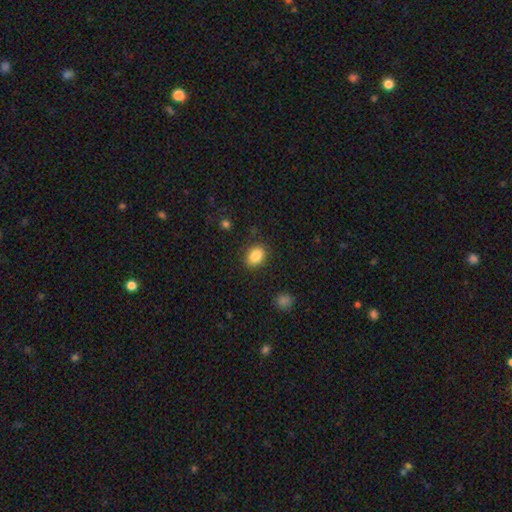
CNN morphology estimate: A smooth galaxy with no disk features (87%) that is in between round and cigar-shaped (72%). Merging: none (86%).